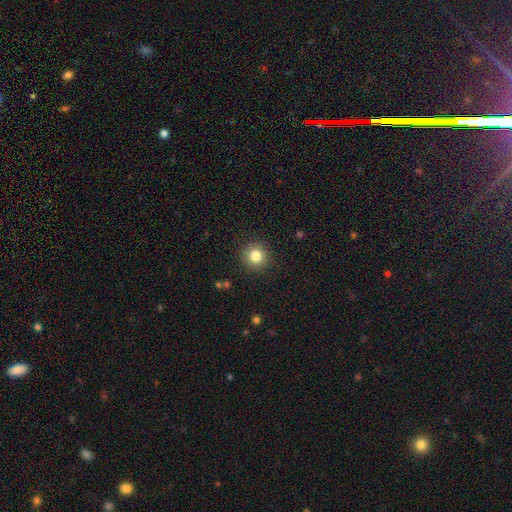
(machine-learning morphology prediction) Smooth or featured? smooth (82%)
How rounded? round (95%)
Merging? none (91%)